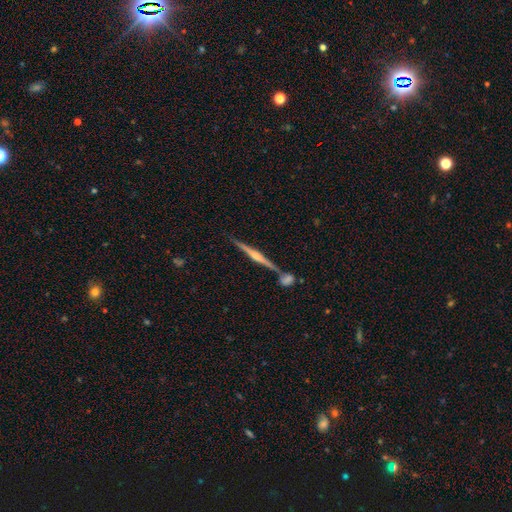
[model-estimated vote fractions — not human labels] Morphology: type=featured or disk (80%); edge-on=yes (98%); edge-on bulge=rounded (82%); merging=none (74%).